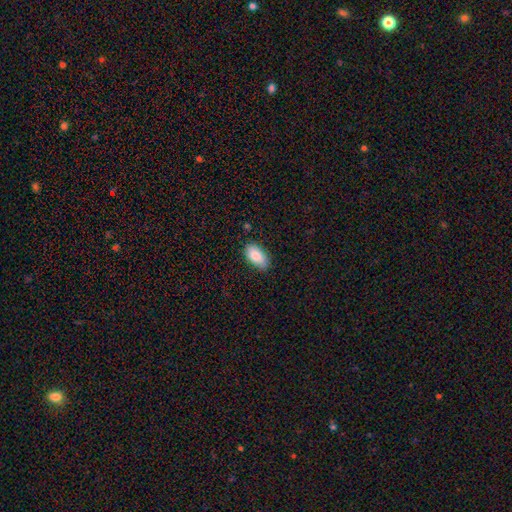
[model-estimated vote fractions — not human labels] smooth 85%, featured or disk 8%, star or artifact 7%. Down the decision tree: how rounded — in between (93%); merging — none (81%).